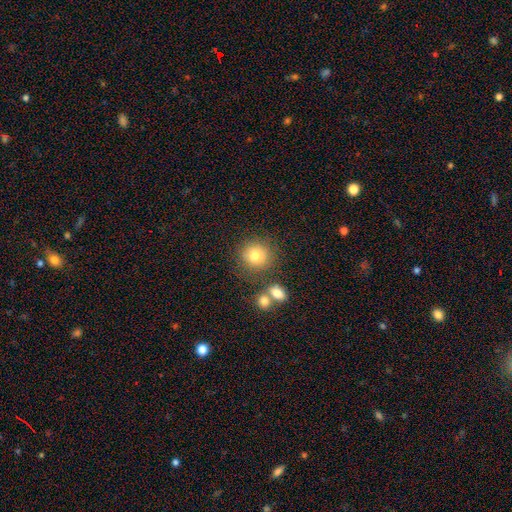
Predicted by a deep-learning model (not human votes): A smooth galaxy with no disk features (79%) that is round (87%).

Vote fractions:
- Smooth or featured? smooth: 79% / star or artifact: 12% / featured or disk: 10%
- How rounded? round: 87% / in between: 12% / cigar-shaped: 1%
- Merging? none: 76% / merger: 10% / minor disturbance: 10% / major disturbance: 4%